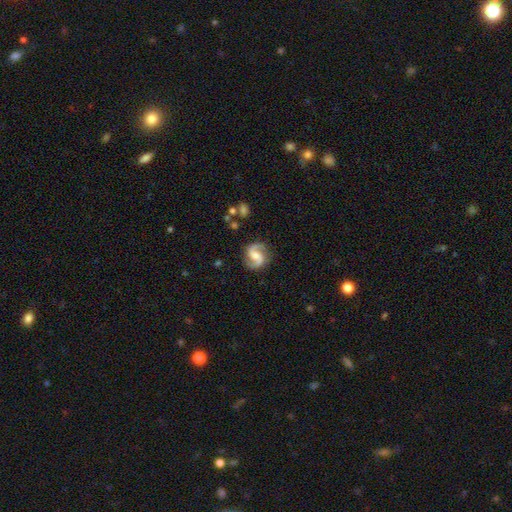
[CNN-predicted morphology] Smooth or featured?
  - featured or disk: 89% *
  - smooth: 6%
  - star or artifact: 4%
Edge-on disk?
  - no: 98% *
  - yes: 2%
Bar?
  - weak: 47% *
  - no: 34%
  - strong: 19%
Spiral arms?
  - yes: 98% *
  - no: 2%
Spiral winding?
  - medium: 55% *
  - loose: 31%
  - tight: 14%
Spiral arm count?
  - 2: 94% *
  - can't tell: 2%
  - 1: 1%
  - 3: 1%
  - 4: 1%
  - more than 4: 1%
Bulge size?
  - moderate: 55% *
  - small: 27%
  - none: 8%
  - large: 8%
  - dominant: 2%
Merging?
  - none: 85% *
  - minor disturbance: 11%
  - major disturbance: 3%
  - merger: 1%